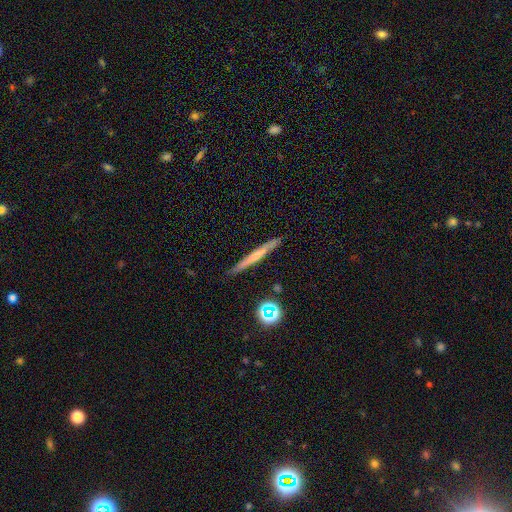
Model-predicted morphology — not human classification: A smooth galaxy with no disk features (47%). Merging: none (87%).